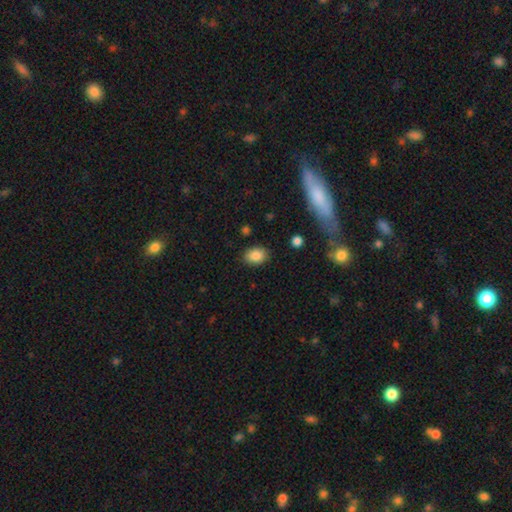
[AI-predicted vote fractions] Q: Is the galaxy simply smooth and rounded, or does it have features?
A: smooth — 85%.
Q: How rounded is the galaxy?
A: in between — 73%.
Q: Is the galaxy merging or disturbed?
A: none — 86%.